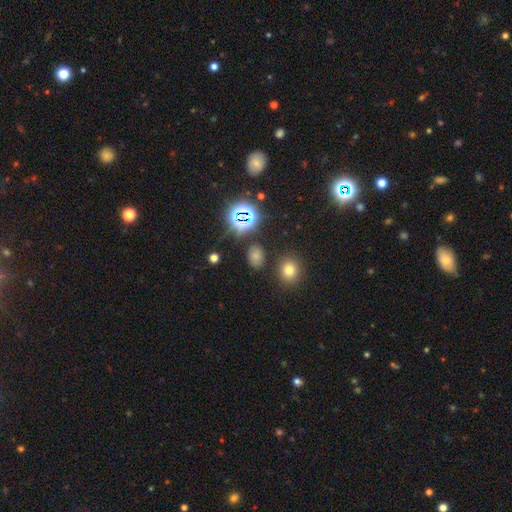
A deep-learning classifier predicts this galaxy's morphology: Smooth or featured?
  - smooth: 63% *
  - star or artifact: 31%
  - featured or disk: 7%
How rounded?
  - in between: 68% *
  - round: 30%
  - cigar-shaped: 2%
Merging?
  - none: 82% *
  - minor disturbance: 11%
  - major disturbance: 4%
  - merger: 3%